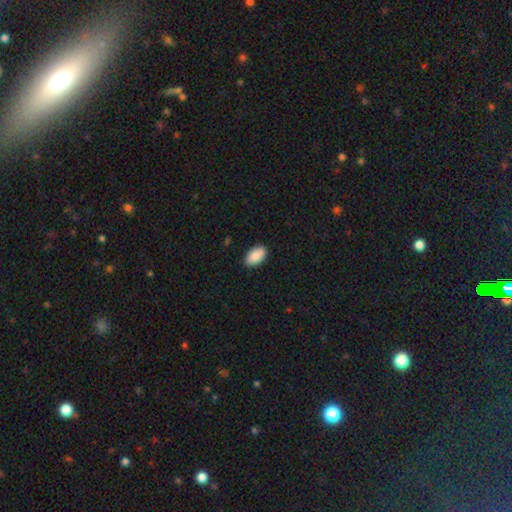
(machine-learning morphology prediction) This appears to be a smooth galaxy with no disk features (88%) that is in between round and cigar-shaped (94%). Merging: none (88%).